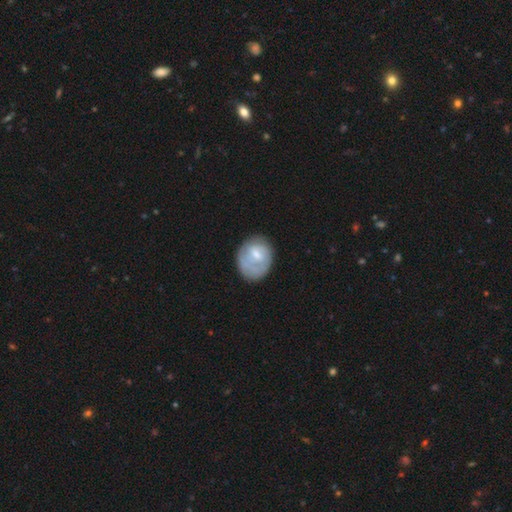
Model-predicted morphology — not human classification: A smooth galaxy with no disk features (53%) that is round (53%). Merging: none (60%).